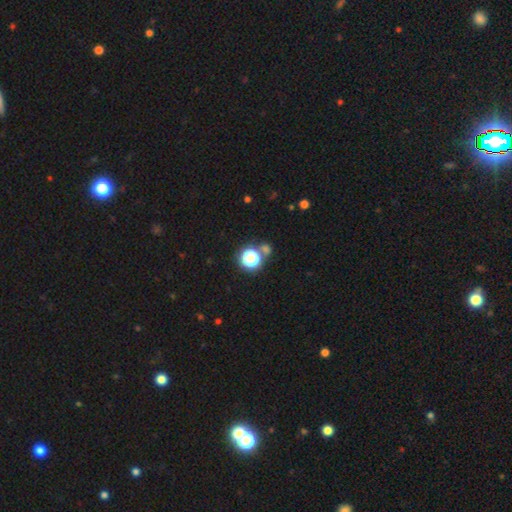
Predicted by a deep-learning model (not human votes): Smooth or featured? Predicted: star or artifact (p=0.64).